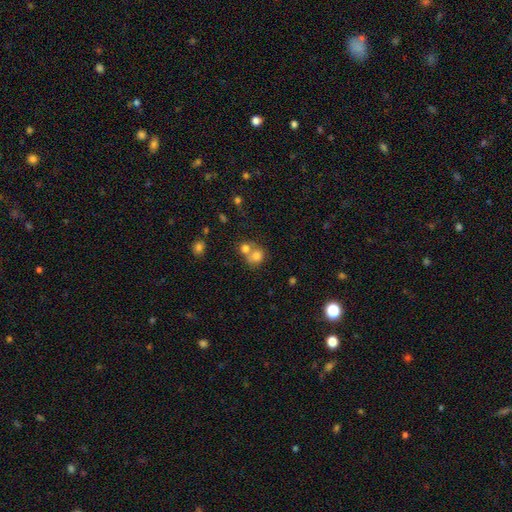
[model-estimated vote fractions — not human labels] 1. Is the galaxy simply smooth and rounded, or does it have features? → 76% smooth, 13% featured or disk, 11% star or artifact.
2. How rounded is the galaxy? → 75% round, 24% in between, 1% cigar-shaped.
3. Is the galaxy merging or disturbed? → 56% merger, 33% none, 8% minor disturbance, 4% major disturbance.